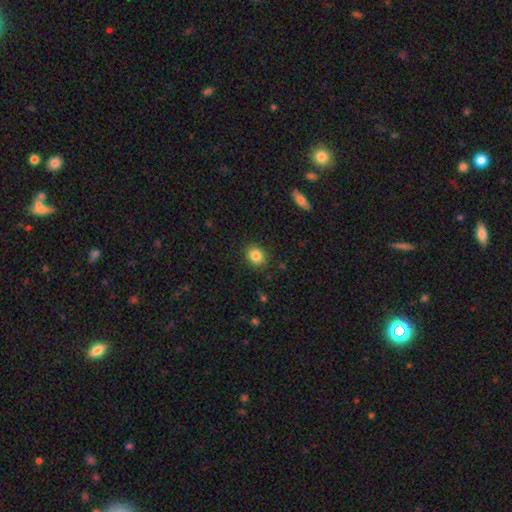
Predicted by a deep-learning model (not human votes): Morphology: type=smooth (85%); roundness=round (64%); merging=none (90%).